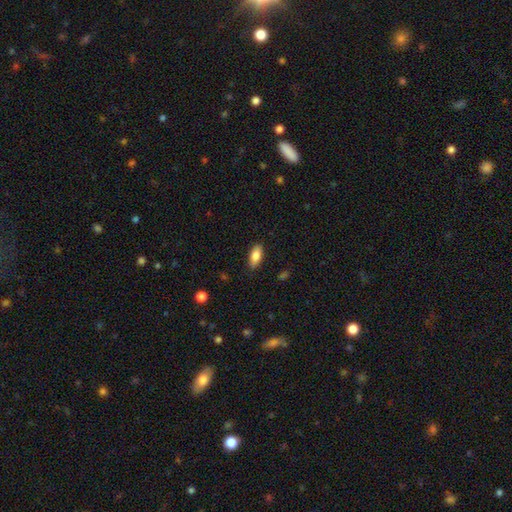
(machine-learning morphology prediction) smooth_or_featured: smooth (p=0.82) [alt: featured or disk p=0.11]
how_rounded: in between (p=0.84) [alt: cigar-shaped p=0.13]
merging: none (p=0.86) [alt: minor disturbance p=0.11]